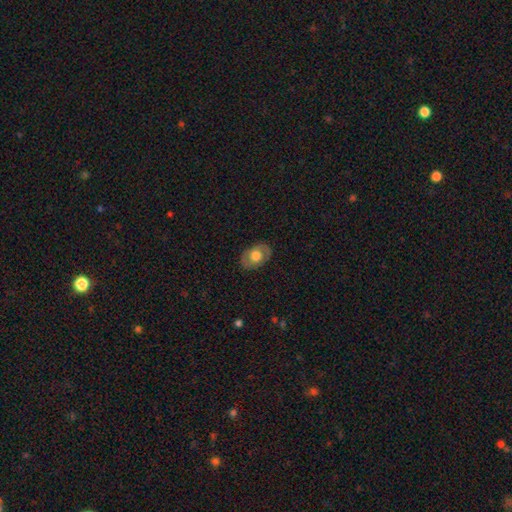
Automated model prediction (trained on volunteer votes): Morphology: type=smooth (63%); roundness=in between (79%); merging=none (84%).